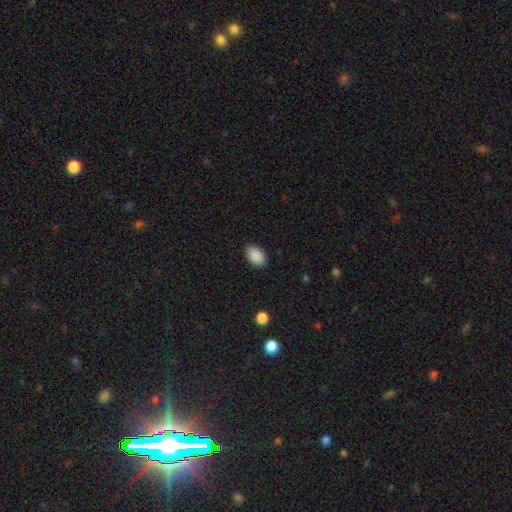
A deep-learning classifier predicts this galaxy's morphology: The model was most divided on "merging": none: 88%, minor disturbance: 9%, major disturbance: 2%, merger: 1%. More confident: smooth or featured — smooth (90%); how rounded — in between (89%).